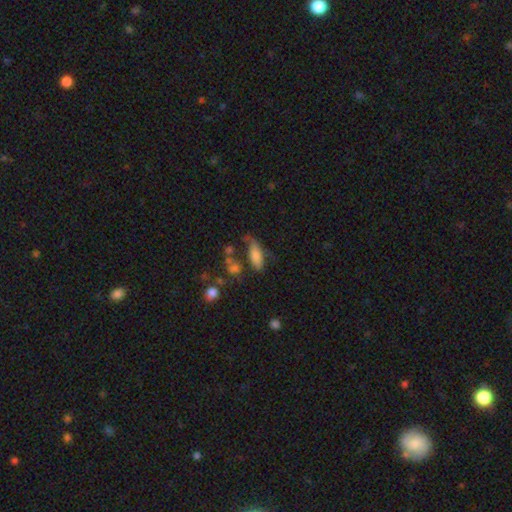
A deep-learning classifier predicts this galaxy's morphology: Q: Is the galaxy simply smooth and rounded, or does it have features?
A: smooth — 72%.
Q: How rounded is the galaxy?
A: in between — 72%.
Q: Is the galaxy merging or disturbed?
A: none — 43%.